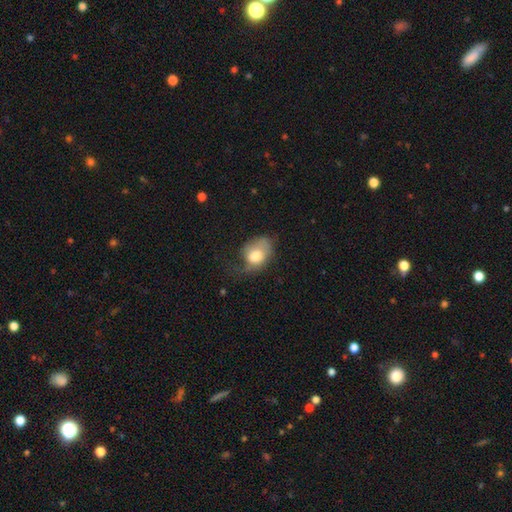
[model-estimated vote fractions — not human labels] smooth 72%, featured or disk 21%, star or artifact 7%. Down the decision tree: how rounded — in between (69%); merging — major disturbance (36%).